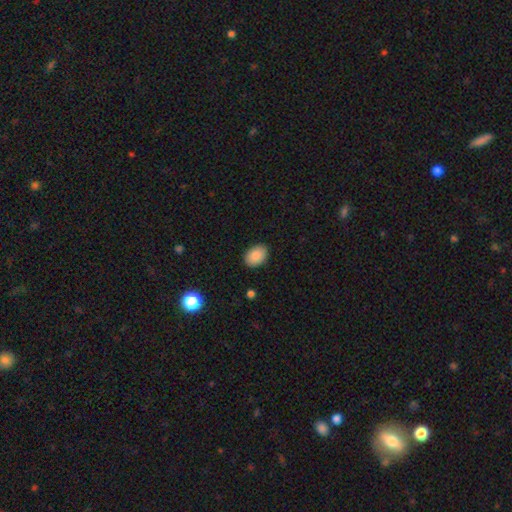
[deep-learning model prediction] Smooth or featured? smooth (88%)
How rounded? in between (79%)
Merging? none (88%)